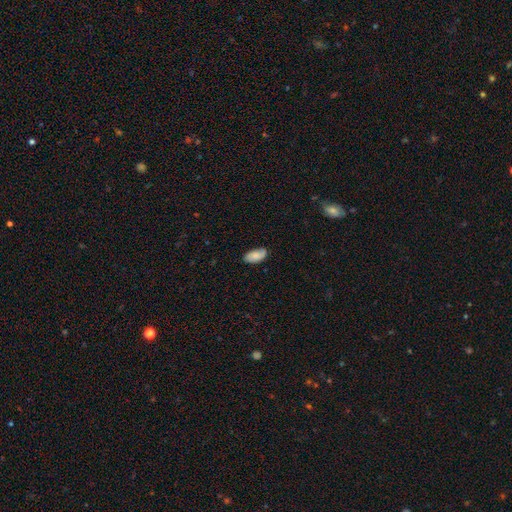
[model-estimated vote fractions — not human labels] Q: Smooth or featured?
A: smooth (78%); runner-up: featured or disk (15%)
Q: How rounded?
A: in between (94%); runner-up: cigar-shaped (3%)
Q: Merging?
A: none (79%); runner-up: minor disturbance (17%)